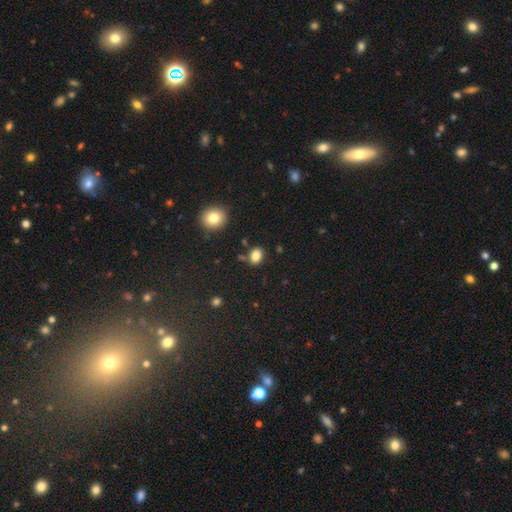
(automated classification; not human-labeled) Smooth or featured?
  - smooth: 83% *
  - star or artifact: 11%
  - featured or disk: 6%
How rounded?
  - in between: 61% *
  - round: 38%
  - cigar-shaped: 1%
Merging?
  - none: 80% *
  - minor disturbance: 12%
  - merger: 6%
  - major disturbance: 3%